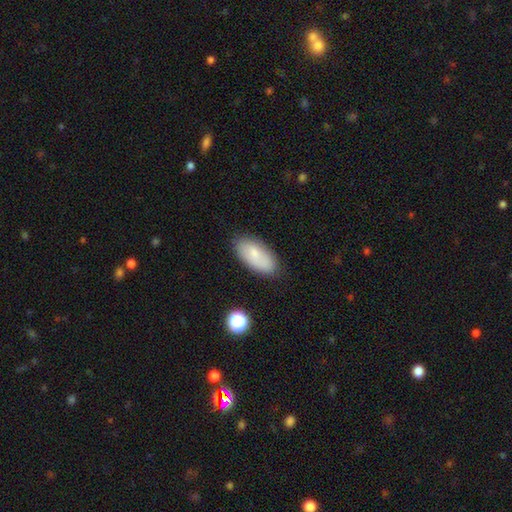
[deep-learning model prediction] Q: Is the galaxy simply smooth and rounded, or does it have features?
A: smooth — 77%.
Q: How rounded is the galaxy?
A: in between — 92%.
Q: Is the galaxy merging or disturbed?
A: none — 79%.